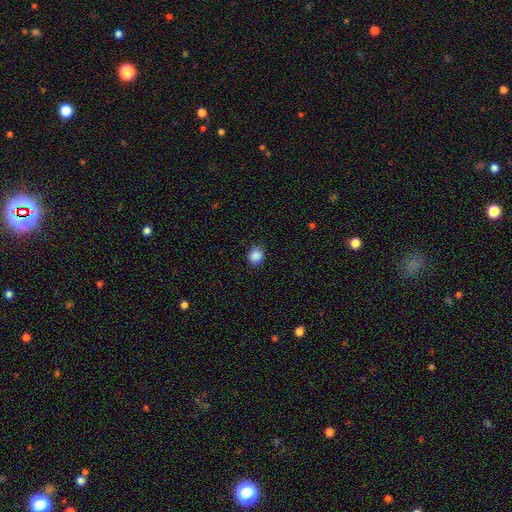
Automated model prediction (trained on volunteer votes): Smooth or featured: smooth — 88% (star or artifact — 9%)
How rounded: round — 80% (in between — 19%)
Merging: none — 89% (minor disturbance — 8%)